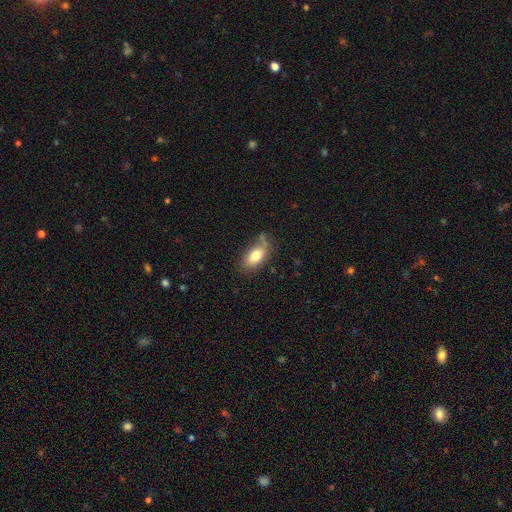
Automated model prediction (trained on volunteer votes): A smooth galaxy with no disk features (76%) that is in between round and cigar-shaped (89%). Merging: none (59%).